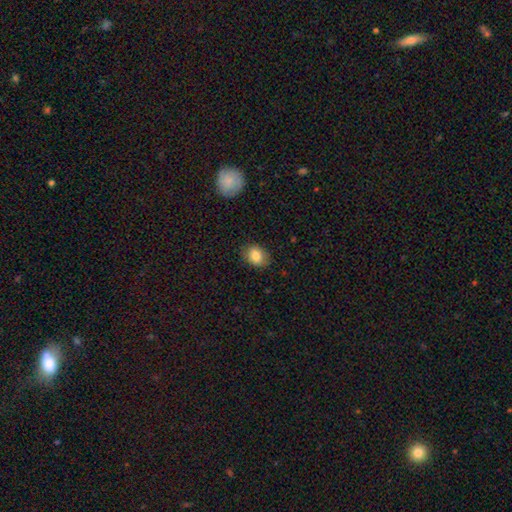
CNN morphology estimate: This appears to be a smooth galaxy with no disk features (84%) that is in between round and cigar-shaped (65%). Merging: none (83%).